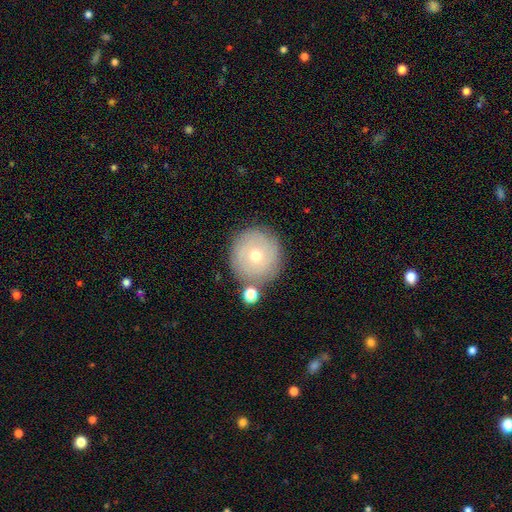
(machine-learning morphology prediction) A smooth galaxy with no disk features (55%) that is round (94%).

Vote fractions:
- Smooth or featured? smooth: 55% / featured or disk: 35% / star or artifact: 10%
- How rounded? round: 94% / in between: 5% / cigar-shaped: 1%
- Merging? none: 77% / minor disturbance: 12% / merger: 7% / major disturbance: 4%